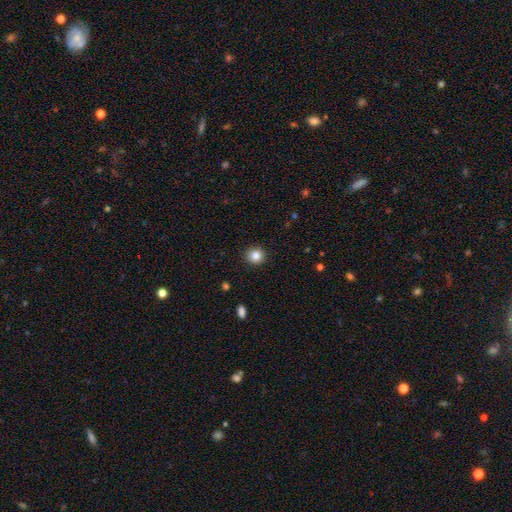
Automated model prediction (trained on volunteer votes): Q: Smooth or featured?
A: smooth (83%); runner-up: star or artifact (11%)
Q: How rounded?
A: round (89%); runner-up: in between (10%)
Q: Merging?
A: none (92%); runner-up: minor disturbance (6%)